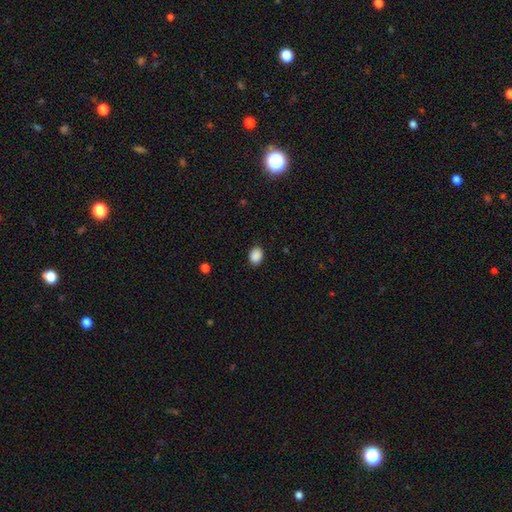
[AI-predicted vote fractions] This appears to be a smooth galaxy with no disk features (89%) that is in between round and cigar-shaped (66%). Merging: none (87%).